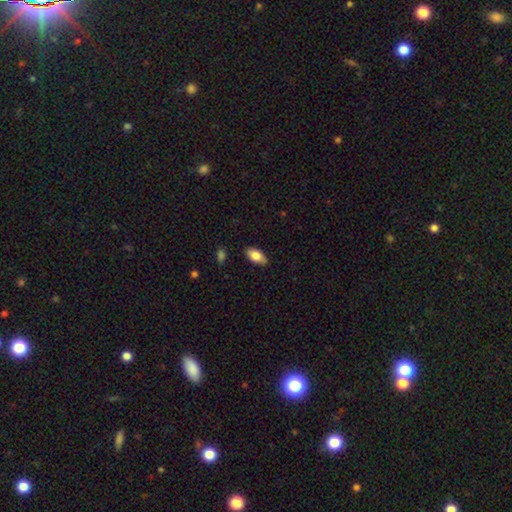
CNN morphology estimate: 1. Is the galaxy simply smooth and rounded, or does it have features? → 81% smooth, 13% featured or disk, 7% star or artifact.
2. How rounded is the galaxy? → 91% in between, 5% cigar-shaped, 4% round.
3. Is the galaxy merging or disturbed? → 83% none, 13% minor disturbance, 2% major disturbance, 1% merger.